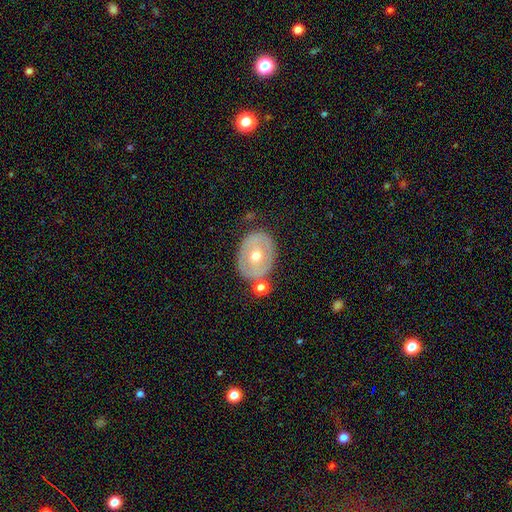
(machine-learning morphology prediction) Smooth or featured? featured or disk (57%)
Edge-on disk? no (93%)
Bar? no (73%)
Spiral arms? no (78%)
Bulge size? moderate (65%)
Merging? none (73%)